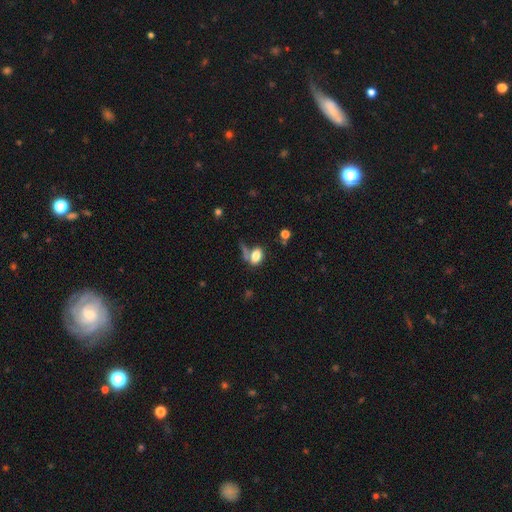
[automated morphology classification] The model was most divided on "merging": none: 46%, merger: 25%, minor disturbance: 17%, major disturbance: 12%. More confident: how rounded — in between (83%); smooth or featured — smooth (78%).